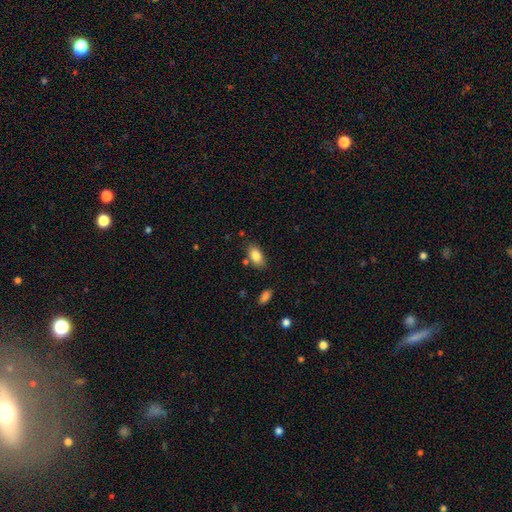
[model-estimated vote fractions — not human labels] This appears to be a smooth galaxy with no disk features (84%) that is in between round and cigar-shaped (91%). Merging: none (76%).